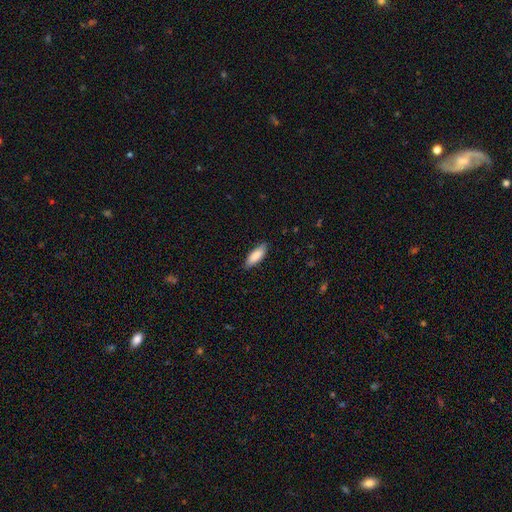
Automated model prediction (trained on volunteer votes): The model was most divided on "how rounded": in between: 66%, cigar-shaped: 33%, round: 2%. More confident: smooth or featured — smooth (87%); merging — none (85%).